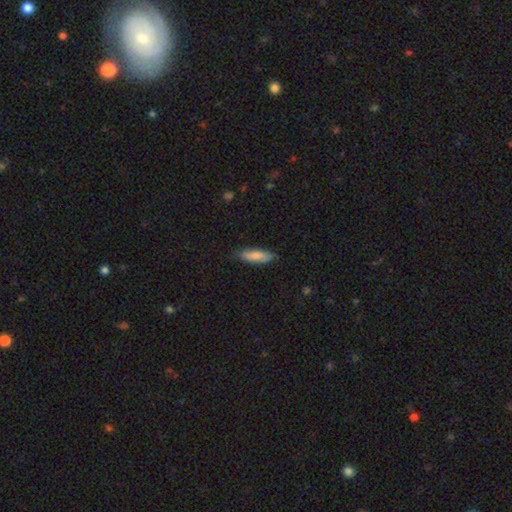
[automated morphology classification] Q: Smooth or featured?
A: smooth (79%); runner-up: featured or disk (15%)
Q: How rounded?
A: in between (49%); tied with: cigar-shaped (49%)
Q: Merging?
A: none (80%); runner-up: minor disturbance (16%)